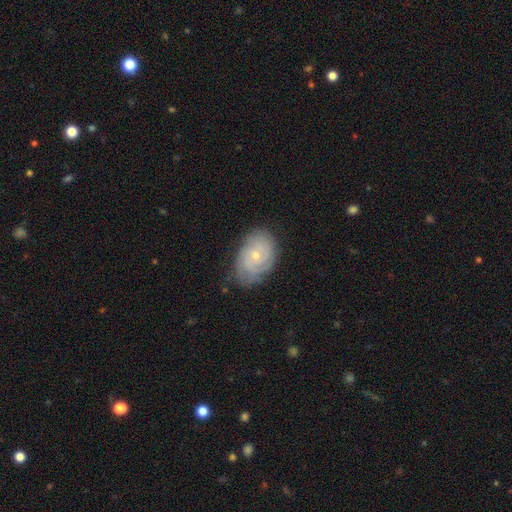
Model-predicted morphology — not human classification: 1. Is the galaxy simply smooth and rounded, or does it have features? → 70% featured or disk, 24% smooth, 7% star or artifact.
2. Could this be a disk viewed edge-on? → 96% no, 4% yes.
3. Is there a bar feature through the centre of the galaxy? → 80% no, 18% weak, 3% strong.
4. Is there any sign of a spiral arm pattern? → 88% yes, 12% no.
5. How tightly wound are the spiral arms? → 72% tight, 22% medium, 6% loose.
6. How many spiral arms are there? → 46% can't tell, 23% 2, 15% 3, 7% 4, 5% 1, 4% more than 4.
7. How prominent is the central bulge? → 68% small, 29% moderate, 1% none, 1% large, 1% dominant.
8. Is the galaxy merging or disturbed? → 74% none, 20% minor disturbance, 5% major disturbance, 1% merger.